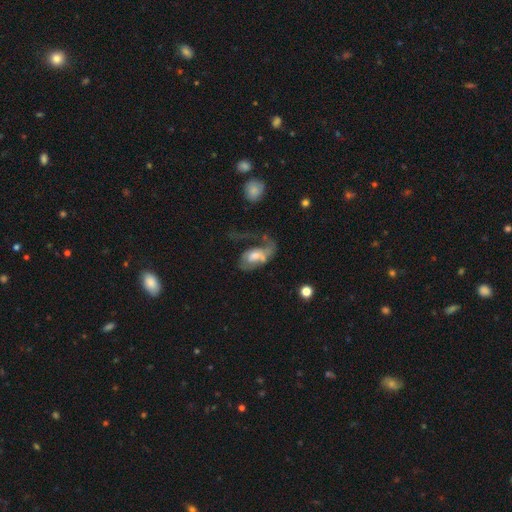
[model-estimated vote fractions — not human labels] featured or disk 58%, smooth 34%, star or artifact 8%. Down the decision tree: edge-on disk — no (95%); bar — no (66%); spiral arms — yes (61%); bulge size — moderate (46%); merging — major disturbance (55%).